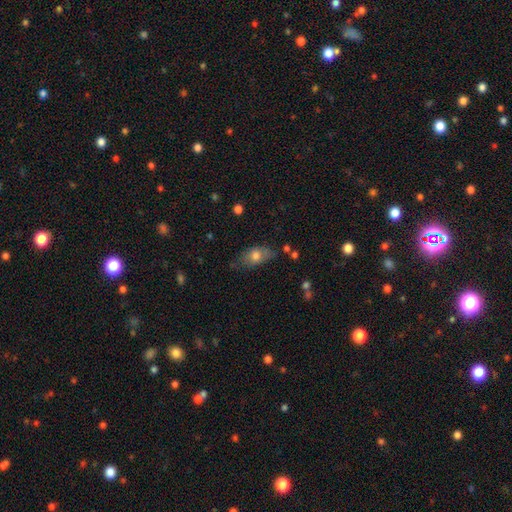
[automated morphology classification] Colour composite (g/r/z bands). It shows a smooth galaxy with no disk features (71%) that is in between round and cigar-shaped (83%). Merging: none (57%).